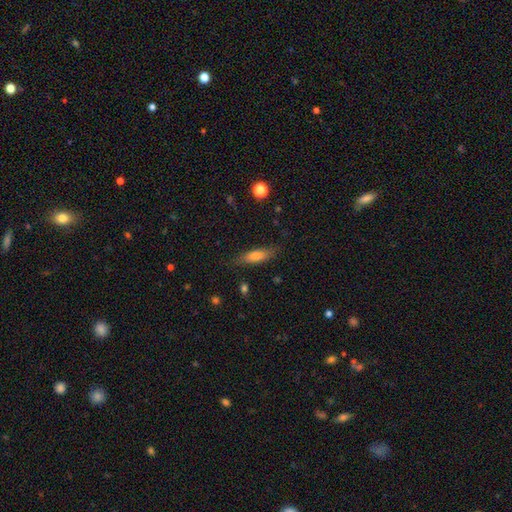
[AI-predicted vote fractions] Smooth or featured? smooth (68%)
How rounded? cigar-shaped (57%)
Merging? none (79%)